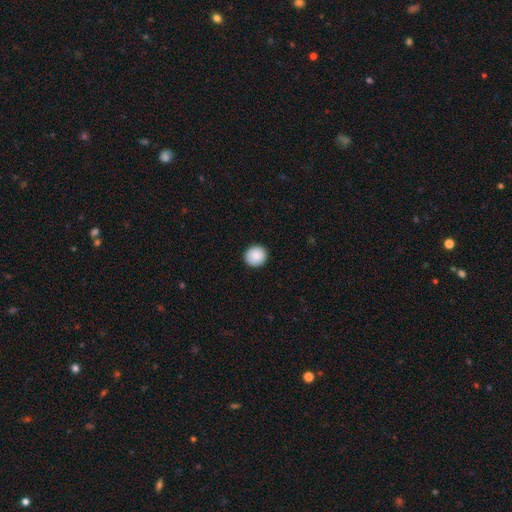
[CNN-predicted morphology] The model was most divided on "smooth or featured": smooth: 89%, star or artifact: 7%, featured or disk: 4%. More confident: merging — none (92%); how rounded — round (90%).